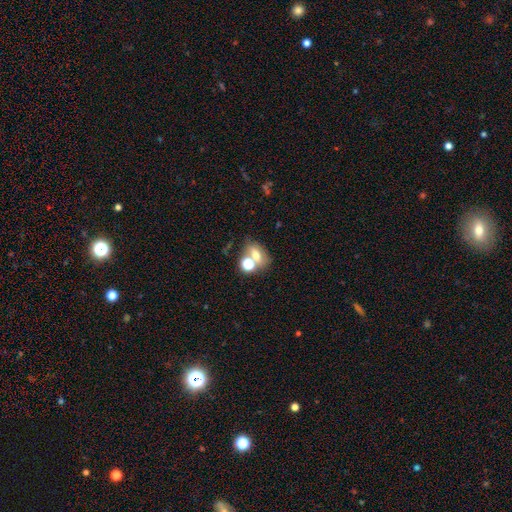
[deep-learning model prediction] Smooth or featured? Predicted: smooth (p=0.60). How rounded? Predicted: in between (p=0.67). Merging? Predicted: none (p=0.44).